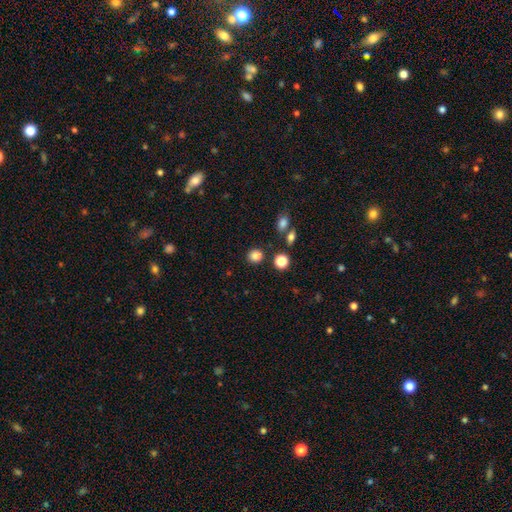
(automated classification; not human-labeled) A smooth galaxy with no disk features (84%) that is round (79%). Merging: none (85%).